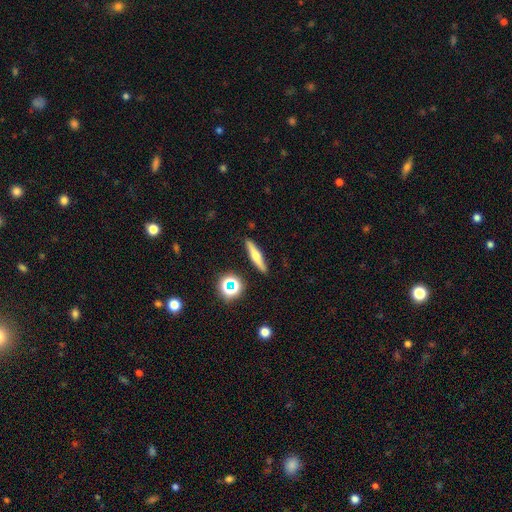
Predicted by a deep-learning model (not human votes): Overall: featured or disk (47%; smooth 43%). Merging: none (89%).